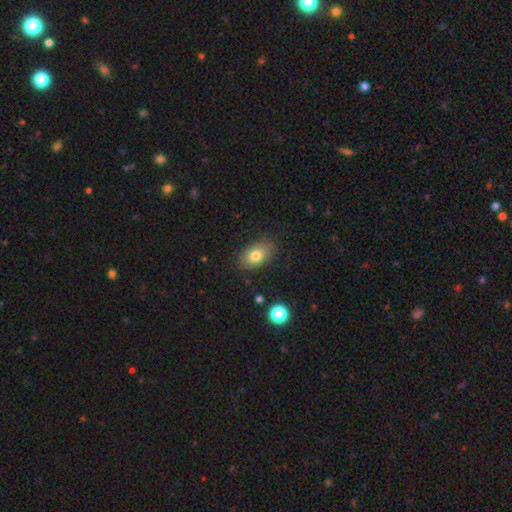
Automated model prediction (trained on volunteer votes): This appears to be a smooth galaxy with no disk features (78%) that is in between round and cigar-shaped (85%). Merging: none (78%).